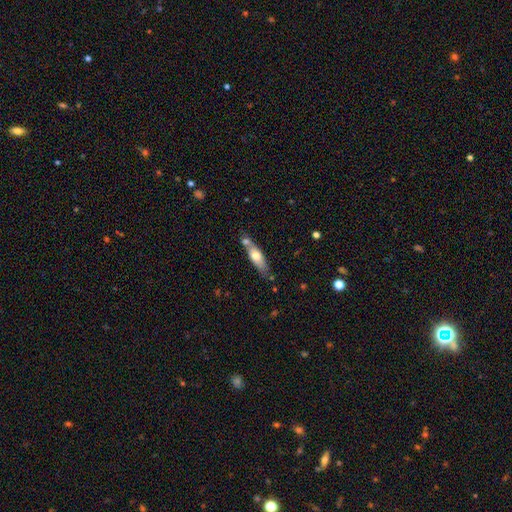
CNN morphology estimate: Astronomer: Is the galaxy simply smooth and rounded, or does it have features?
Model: smooth — 59% (runner-up: featured or disk, 35%).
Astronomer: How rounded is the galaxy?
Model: cigar-shaped — 56% (runner-up: in between, 42%).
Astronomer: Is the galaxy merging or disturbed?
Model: none — 56%.